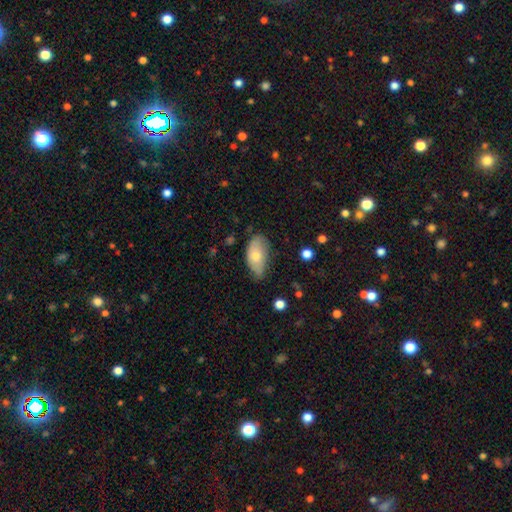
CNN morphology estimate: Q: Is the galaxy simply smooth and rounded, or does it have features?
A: smooth — 70%.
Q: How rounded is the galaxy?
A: in between — 92%.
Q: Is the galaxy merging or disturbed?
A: none — 53%.